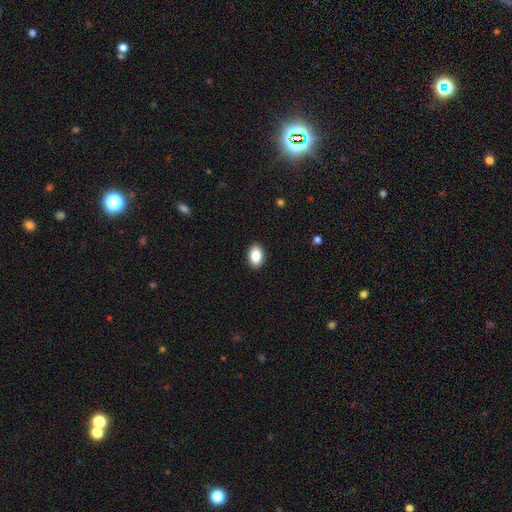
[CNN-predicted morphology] This appears to be a smooth galaxy with no disk features (88%) that is in between round and cigar-shaped (87%). Merging: none (90%).